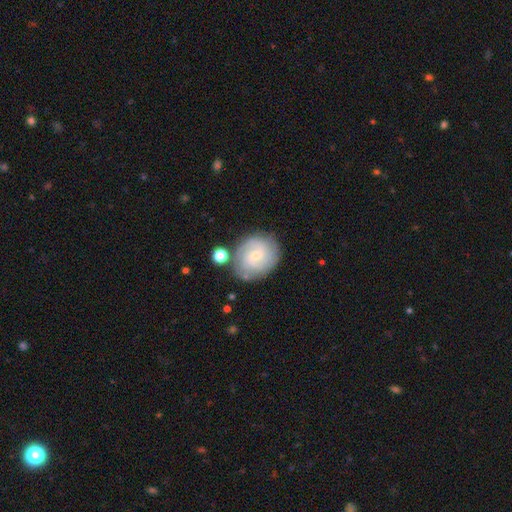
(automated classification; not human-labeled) Smooth or featured? Predicted: featured or disk (p=0.74). Edge-on disk? Predicted: no (p=0.98). Bar? Predicted: weak (p=0.47). Spiral arms? Predicted: yes (p=0.93). Spiral winding? Predicted: tight (p=0.51). Spiral arm count? Predicted: 2 (p=0.46). Bulge size? Predicted: small (p=0.75). Merging? Predicted: none (p=0.75).